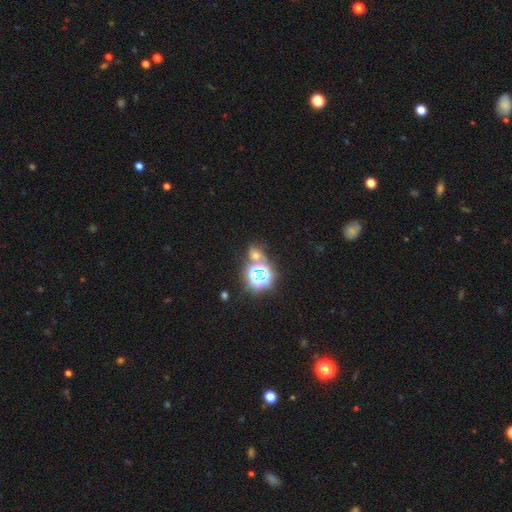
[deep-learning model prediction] Smooth or featured? Predicted: star or artifact (p=0.52).